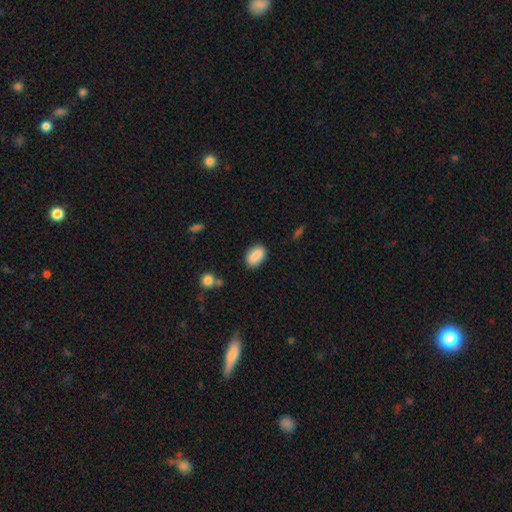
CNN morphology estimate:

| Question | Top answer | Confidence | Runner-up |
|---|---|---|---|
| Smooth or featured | smooth | 87% | star or artifact (7%) |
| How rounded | in between | 89% | round (8%) |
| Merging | none | 84% | minor disturbance (12%) |